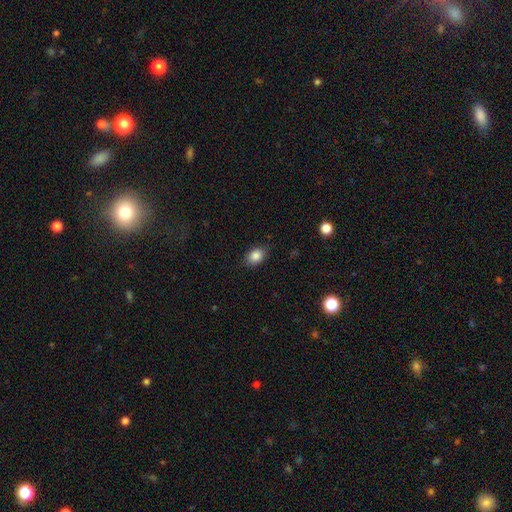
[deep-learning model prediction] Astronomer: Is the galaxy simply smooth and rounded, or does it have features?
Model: smooth — 86%.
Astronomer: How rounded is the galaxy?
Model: in between — 77%.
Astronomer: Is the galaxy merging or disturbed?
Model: none — 83%.